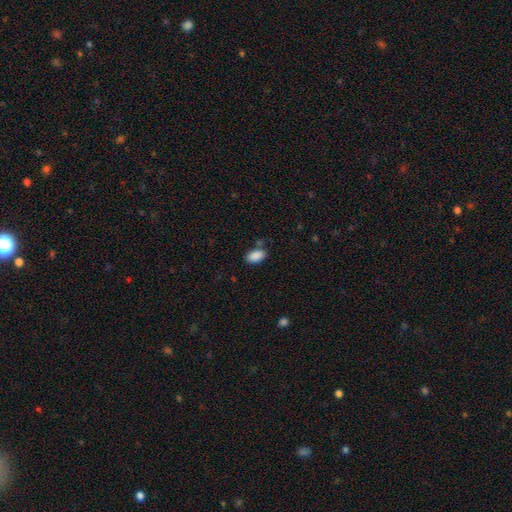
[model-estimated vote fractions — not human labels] smooth-or-featured: smooth: 89% | star or artifact: 8% | featured or disk: 4%
  how-rounded: in between: 94% | round: 4% | cigar-shaped: 2%
  merging: none: 76% | minor disturbance: 15% | merger: 5% | major disturbance: 4%